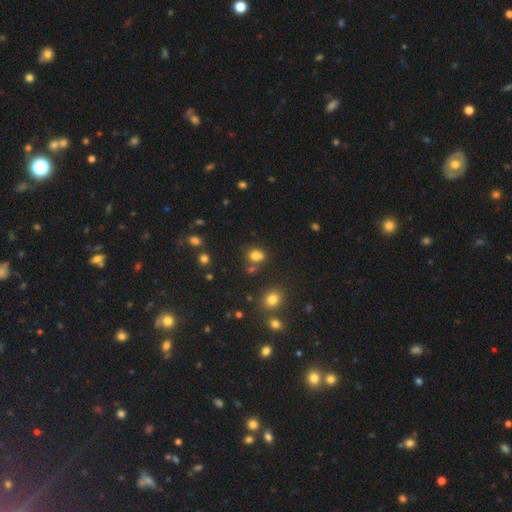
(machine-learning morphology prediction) smooth-or-featured: smooth: 76% | star or artifact: 16% | featured or disk: 8%
  how-rounded: round: 61% | in between: 38% | cigar-shaped: 1%
  merging: none: 56% | merger: 23% | minor disturbance: 15% | major disturbance: 6%